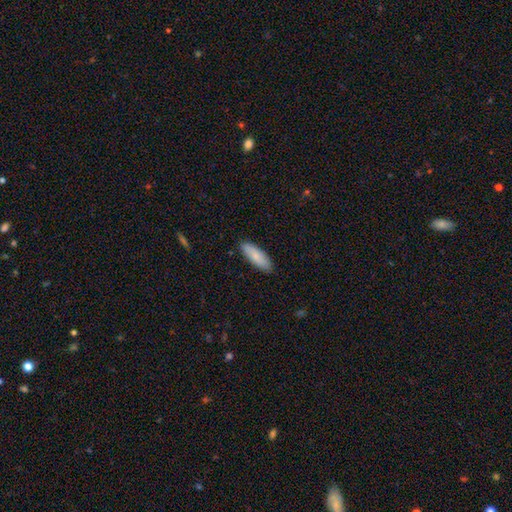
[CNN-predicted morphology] Smooth or featured? smooth (84%)
How rounded? in between (54%)
Merging? none (89%)